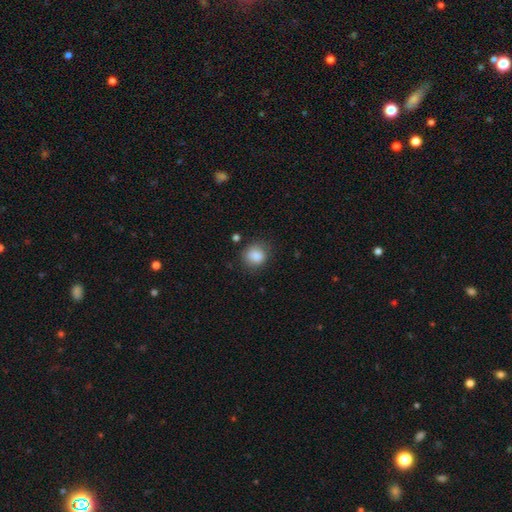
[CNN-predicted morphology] Smooth or featured: smooth — 87% (star or artifact — 9%)
How rounded: round — 74% (in between — 25%)
Merging: none — 75% (minor disturbance — 18%)